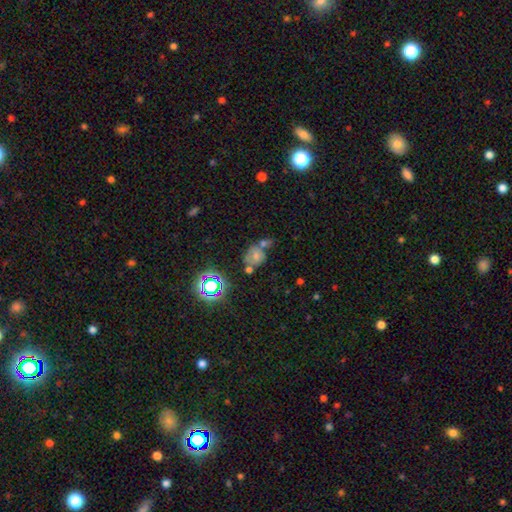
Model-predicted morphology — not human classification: Smooth or featured: smooth — 49% (featured or disk — 26%)
Merging: none — 39% (merger — 36%)